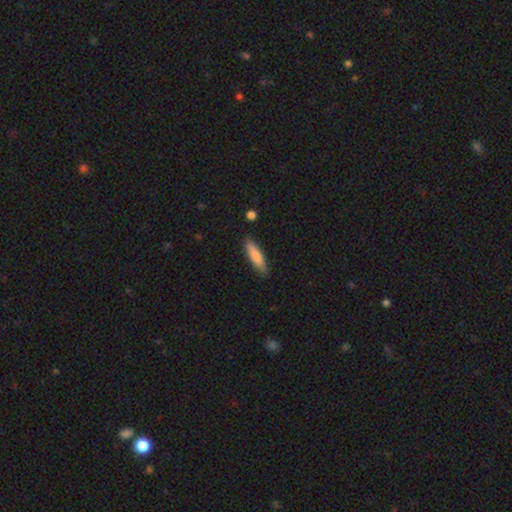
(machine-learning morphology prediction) The model was most divided on "how rounded": cigar-shaped: 78%, in between: 21%, round: 1%. More confident: merging — none (86%); smooth or featured — smooth (80%).